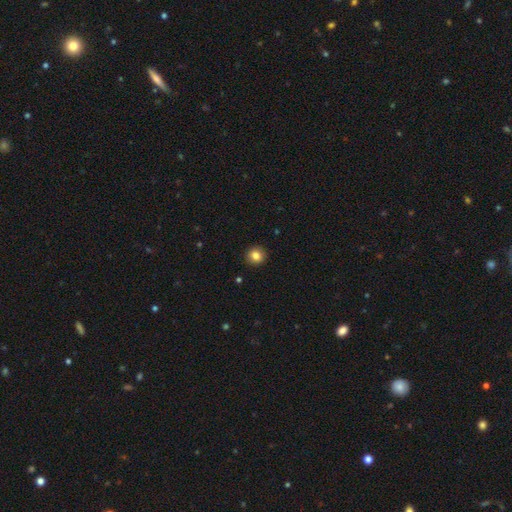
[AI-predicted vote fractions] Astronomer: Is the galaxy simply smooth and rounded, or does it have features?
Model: smooth — 84%.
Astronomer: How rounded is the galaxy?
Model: round — 91%.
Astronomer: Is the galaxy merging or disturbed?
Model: none — 92%.